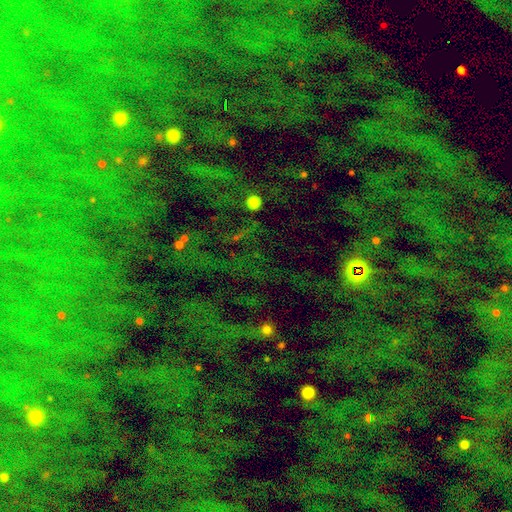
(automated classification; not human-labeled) Smooth or featured?
  - star or artifact: 78% *
  - smooth: 14%
  - featured or disk: 8%